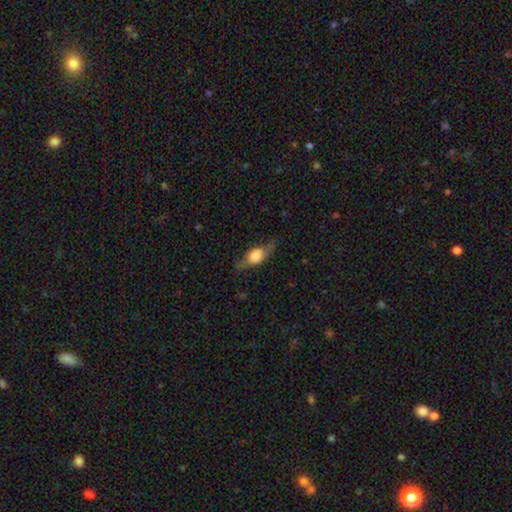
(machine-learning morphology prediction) A smooth galaxy with no disk features (52%) that is in between round and cigar-shaped (68%). Merging: none (72%).